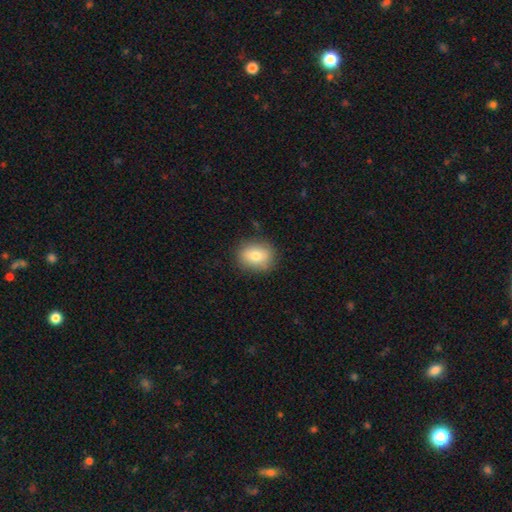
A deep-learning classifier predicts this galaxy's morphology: smooth-or-featured: smooth: 78% | featured or disk: 13% | star or artifact: 9%
  how-rounded: round: 53% | in between: 46% | cigar-shaped: 1%
  merging: none: 83% | minor disturbance: 12% | major disturbance: 3% | merger: 1%